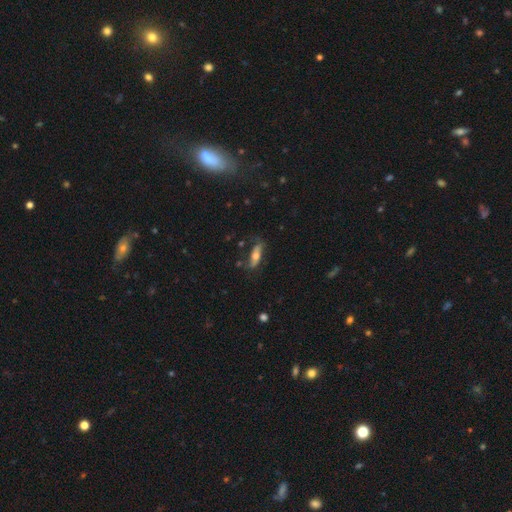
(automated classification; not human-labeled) Smooth or featured: smooth — 53% (featured or disk — 40%)
How rounded: in between — 55% (cigar-shaped — 42%)
Merging: none — 65% (minor disturbance — 23%)